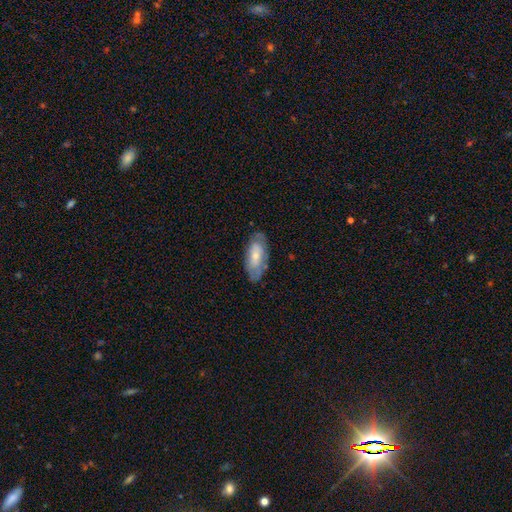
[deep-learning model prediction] smooth 58%, featured or disk 36%, star or artifact 6%. Down the decision tree: how rounded — in between (85%); merging — none (70%).